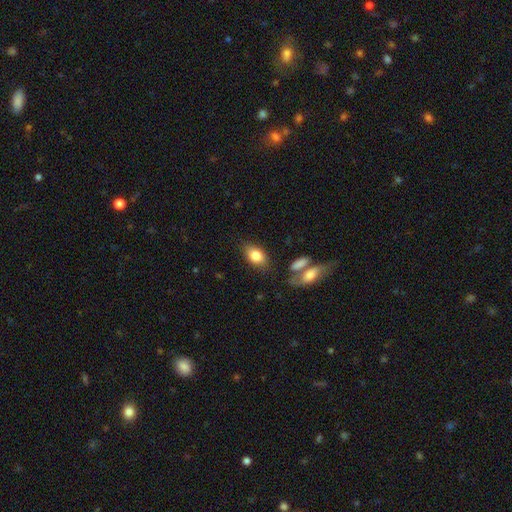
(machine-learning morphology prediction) Smooth or featured?
  - smooth: 81% *
  - featured or disk: 12%
  - star or artifact: 7%
How rounded?
  - in between: 86% *
  - round: 11%
  - cigar-shaped: 3%
Merging?
  - none: 75% *
  - minor disturbance: 14%
  - merger: 7%
  - major disturbance: 5%